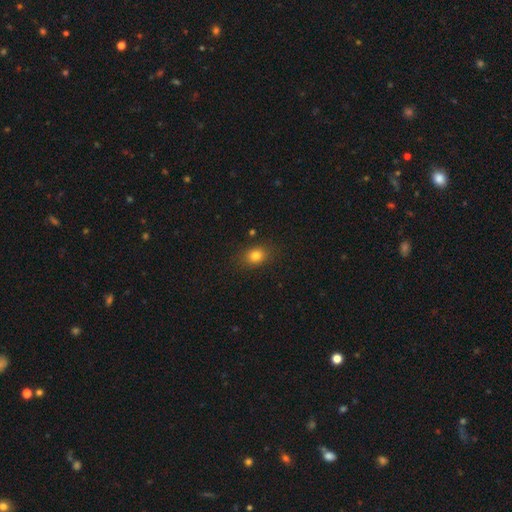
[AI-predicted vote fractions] smooth_or_featured: smooth (p=0.80) [alt: star or artifact p=0.12]
how_rounded: in between (p=0.54) [alt: round p=0.44]
merging: none (p=0.85) [alt: minor disturbance p=0.11]